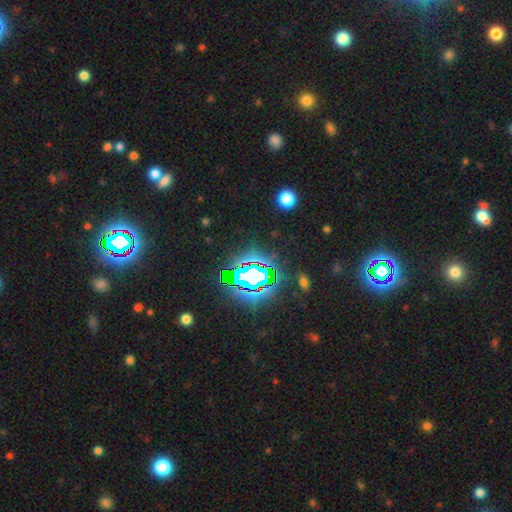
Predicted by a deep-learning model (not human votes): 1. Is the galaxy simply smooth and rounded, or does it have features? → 83% star or artifact, 10% smooth, 6% featured or disk.